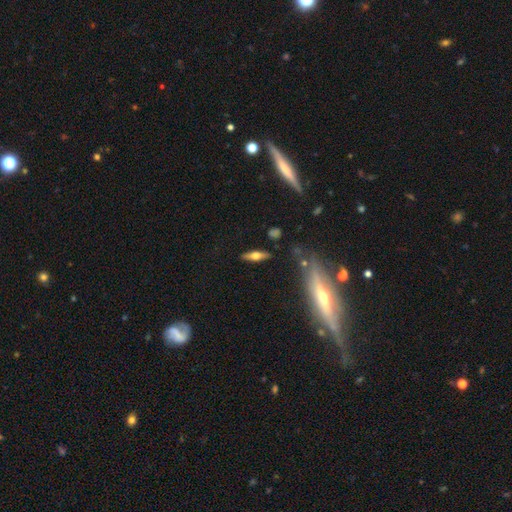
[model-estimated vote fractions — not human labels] Morphology: type=featured or disk (50%); merging=none (85%).